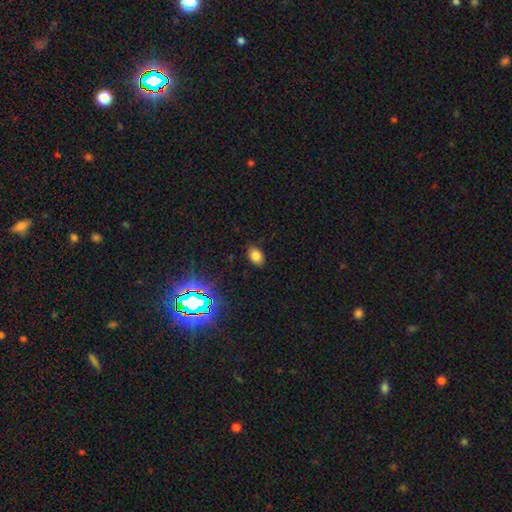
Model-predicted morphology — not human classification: Smooth or featured?
  - smooth: 76% *
  - star or artifact: 17%
  - featured or disk: 7%
How rounded?
  - in between: 80% *
  - round: 19%
  - cigar-shaped: 1%
Merging?
  - none: 85% *
  - minor disturbance: 11%
  - major disturbance: 3%
  - merger: 1%